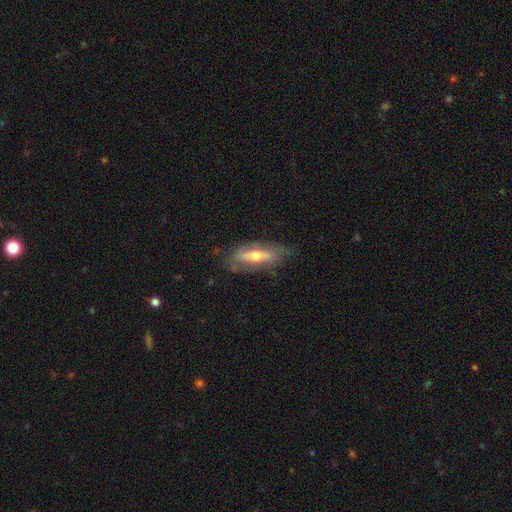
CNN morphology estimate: A featured or disk galaxy (65%). Merging: none (70%).